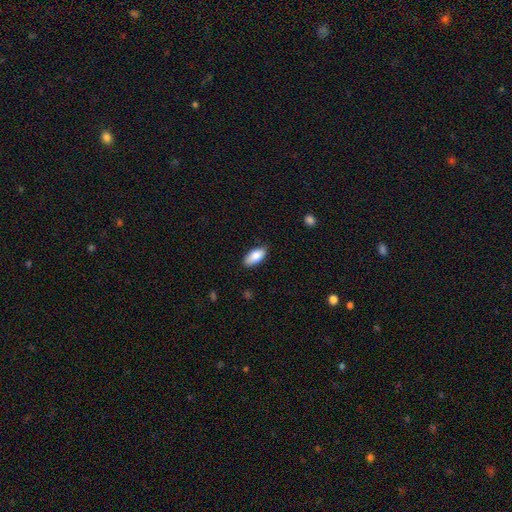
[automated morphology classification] Smooth or featured? Predicted: smooth (p=0.85). How rounded? Predicted: in between (p=0.88). Merging? Predicted: none (p=0.83).